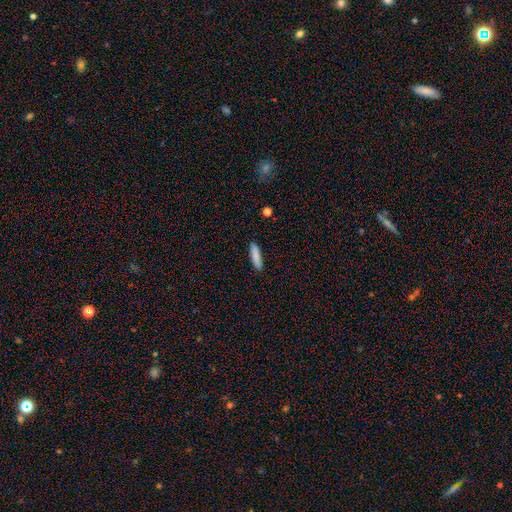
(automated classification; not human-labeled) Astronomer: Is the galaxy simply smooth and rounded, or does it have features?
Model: smooth — 87%.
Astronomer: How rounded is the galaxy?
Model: cigar-shaped — 72%.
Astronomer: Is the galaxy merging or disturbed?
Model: none — 88%.